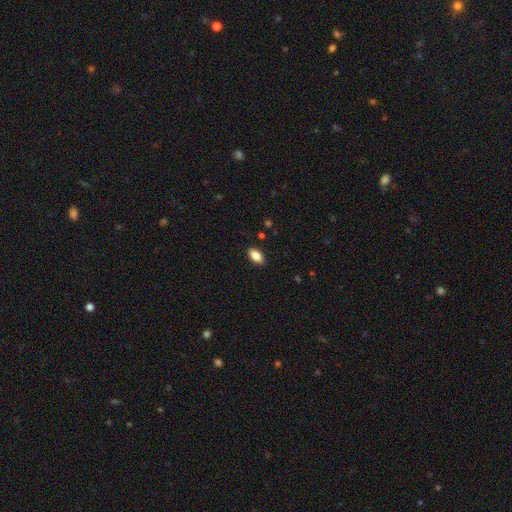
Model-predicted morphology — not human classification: type=smooth (86%); roundness=in between (92%); merging=none (87%).